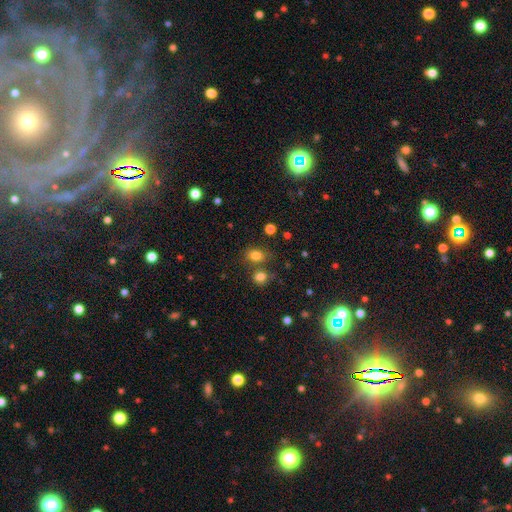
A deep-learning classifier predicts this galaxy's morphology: smooth_or_featured: smooth (p=0.81) [alt: star or artifact p=0.13]
how_rounded: in between (p=0.57) [alt: round p=0.41]
merging: none (p=0.64) [alt: merger p=0.20]